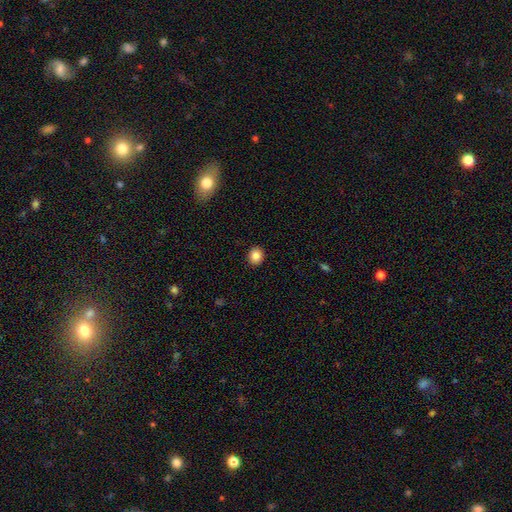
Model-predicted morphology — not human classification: Smooth or featured: smooth — 85% (star or artifact — 10%)
How rounded: round — 82% (in between — 17%)
Merging: none — 92% (minor disturbance — 6%)